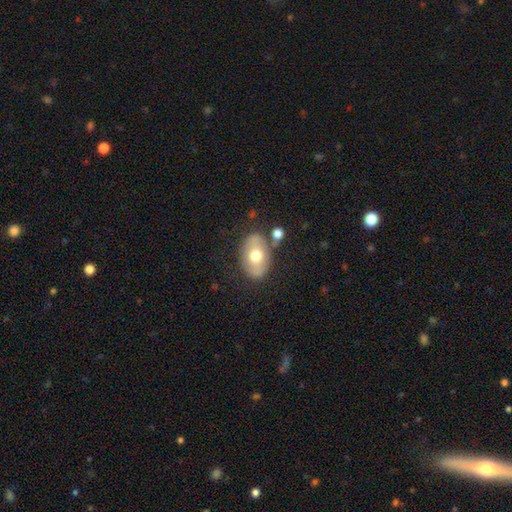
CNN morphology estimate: Overall: smooth (60%; featured or disk 33%). How rounded: in between (84%). Merging: none (71%).